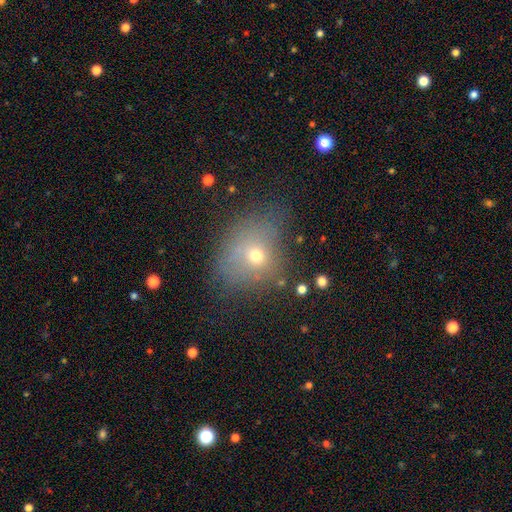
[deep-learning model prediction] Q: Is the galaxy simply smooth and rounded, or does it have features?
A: smooth — 62%.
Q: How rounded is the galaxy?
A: round — 65%.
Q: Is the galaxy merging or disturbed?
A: none — 61%.